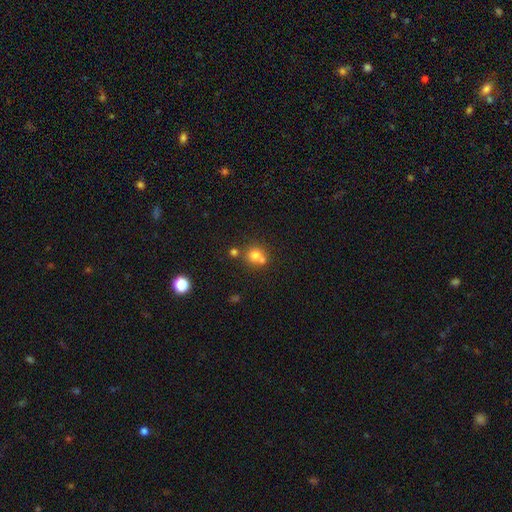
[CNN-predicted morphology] A smooth galaxy with no disk features (73%) that is round (84%). Merging: none (48%).